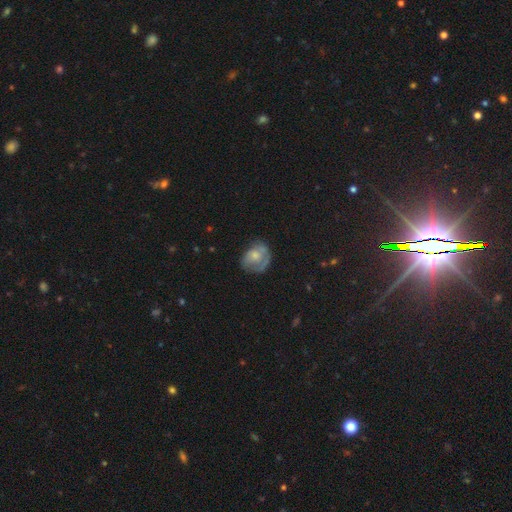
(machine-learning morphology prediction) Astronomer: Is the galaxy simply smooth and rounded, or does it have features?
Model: smooth — 49% (runner-up: featured or disk, 43%).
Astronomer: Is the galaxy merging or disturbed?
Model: none — 46% (runner-up: minor disturbance, 30%).